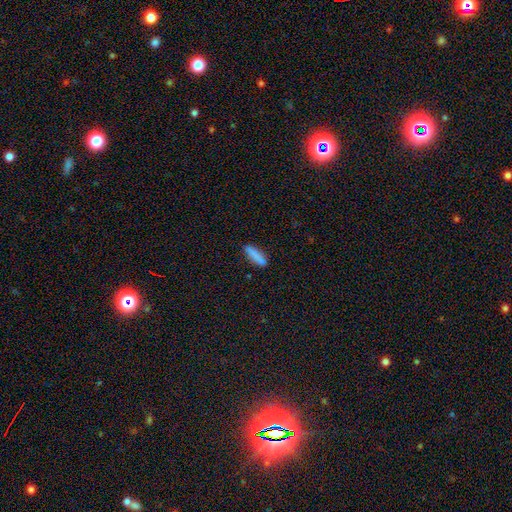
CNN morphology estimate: This is clearly a smooth galaxy (85%). How rounded: likely cigar-shaped (70%). Merging: clearly none (86%).